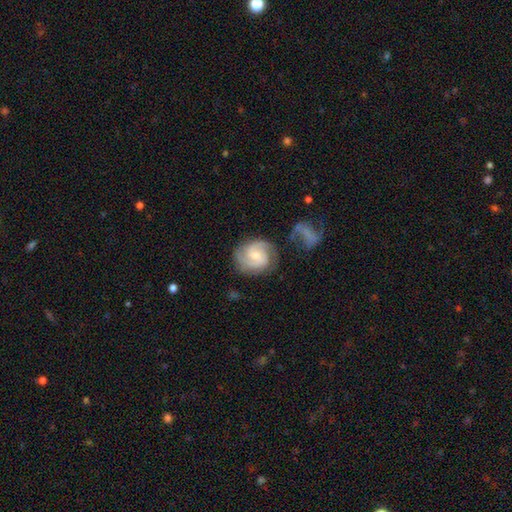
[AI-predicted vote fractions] Q: Smooth or featured?
A: featured or disk (78%); runner-up: smooth (17%)
Q: Edge-on disk?
A: no (98%); runner-up: yes (2%)
Q: Bar?
A: weak (48%); runner-up: no (42%)
Q: Spiral arms?
A: yes (96%); runner-up: no (4%)
Q: Spiral winding?
A: medium (46%); runner-up: tight (42%)
Q: Spiral arm count?
A: 2 (61%); runner-up: 3 (19%)
Q: Bulge size?
A: small (48%); runner-up: moderate (41%)
Q: Merging?
A: none (70%); runner-up: minor disturbance (17%)